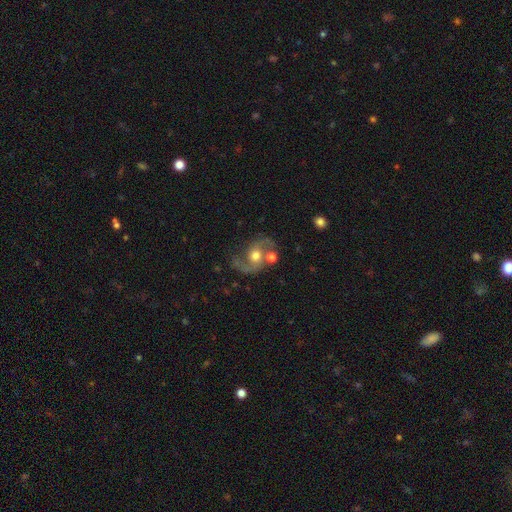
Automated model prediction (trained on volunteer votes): The model was most divided on "spiral winding": medium: 46%, loose: 45%, tight: 9%. More confident: edge-on disk — no (97%); spiral arms — yes (93%); spiral arm count — 2 (91%); smooth or featured — featured or disk (81%); bulge size — moderate (70%); bar — no (65%); merging — none (63%).